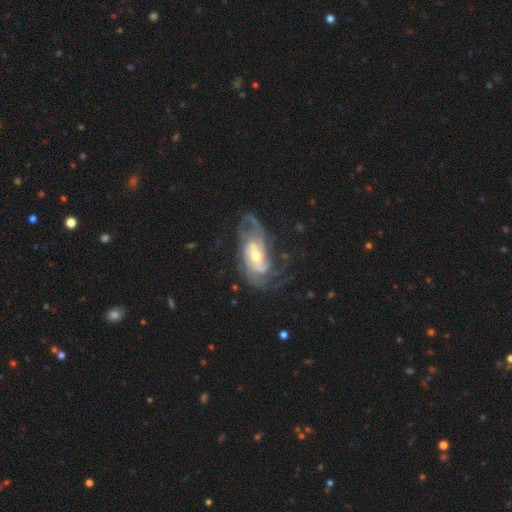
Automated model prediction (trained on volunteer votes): The model was most divided on "spiral winding": medium: 43%, tight: 37%, loose: 20%. Remaining: edge-on disk — no (95%); spiral arms — yes (94%); smooth or featured — featured or disk (87%); bulge size — moderate (61%); merging — none (56%); bar — no (45%); spiral arm count — 2 (34%).